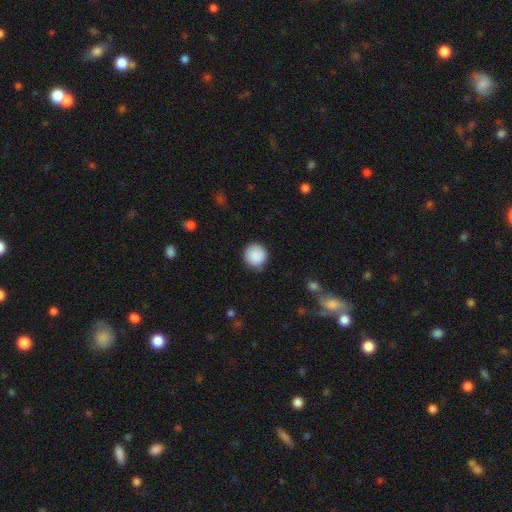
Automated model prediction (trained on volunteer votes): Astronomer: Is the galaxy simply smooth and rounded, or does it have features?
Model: smooth — 89%.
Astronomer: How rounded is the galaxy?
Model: round — 95%.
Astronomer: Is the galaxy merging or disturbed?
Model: none — 86%.